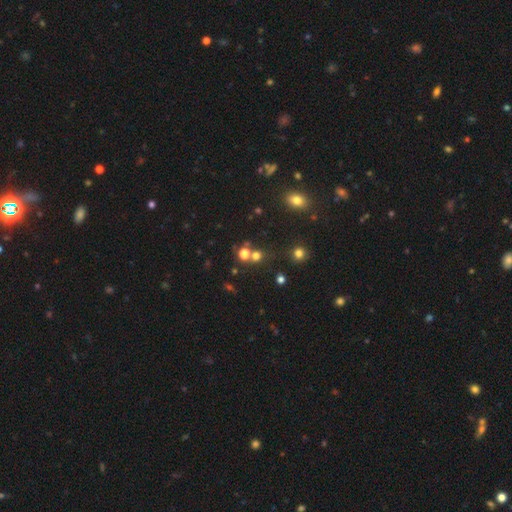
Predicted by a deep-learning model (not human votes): Overall: smooth (68%). How rounded: round (85%). Merging: none (63%; merger 26%).